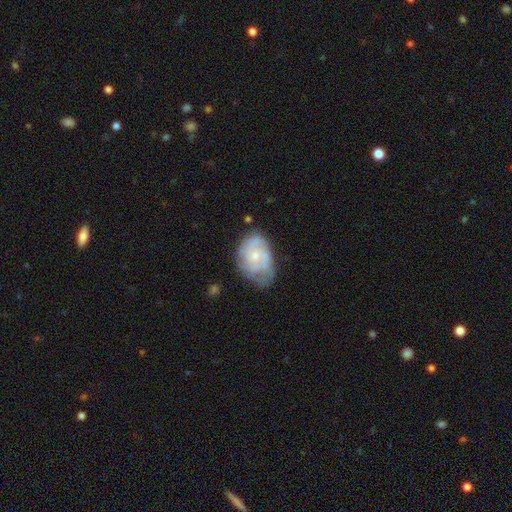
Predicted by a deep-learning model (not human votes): Morphology: type=featured or disk (64%); edge-on=no (97%); bar=no (78%); spiral arms=yes (75%); bulge=small (60%); merging=none (49%).